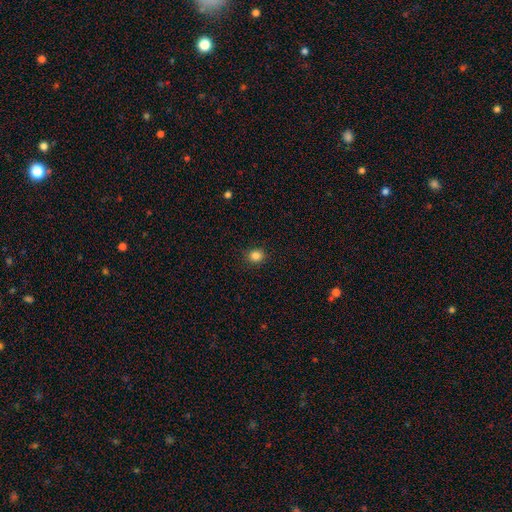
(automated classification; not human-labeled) A smooth galaxy with no disk features (85%) that is round (79%). Merging: none (89%).